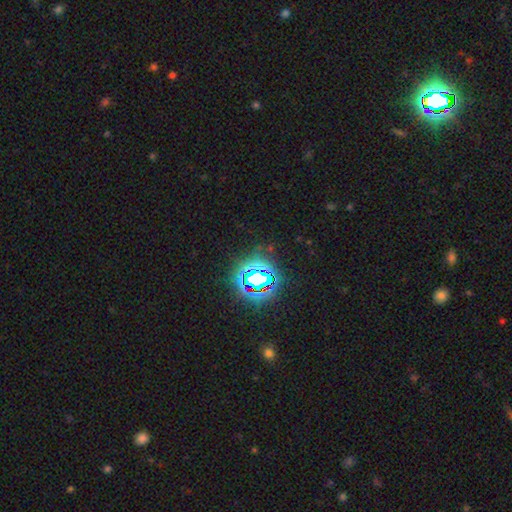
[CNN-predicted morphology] Smooth or featured?
  - star or artifact: 80% *
  - smooth: 12%
  - featured or disk: 7%